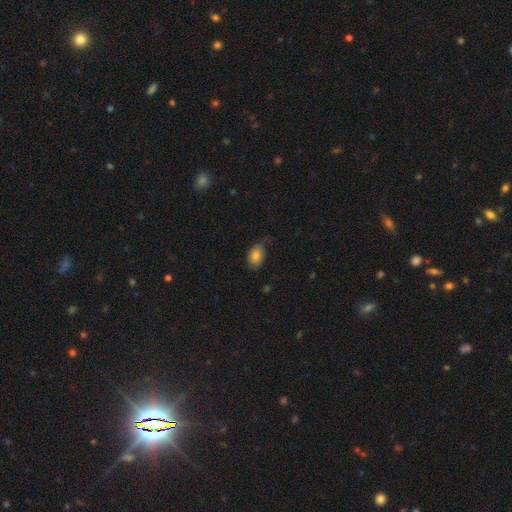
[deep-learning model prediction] A smooth galaxy with no disk features (81%) that is in between round and cigar-shaped (85%).

Vote fractions:
- Smooth or featured? smooth: 81% / featured or disk: 11% / star or artifact: 8%
- How rounded? in between: 85% / round: 14% / cigar-shaped: 1%
- Merging? none: 59% / minor disturbance: 31% / major disturbance: 8% / merger: 2%